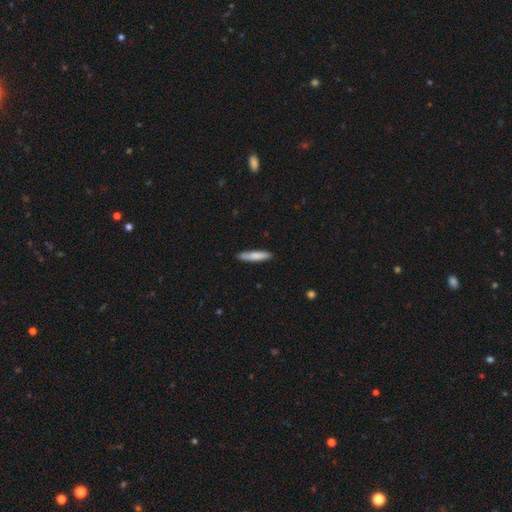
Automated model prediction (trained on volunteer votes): smooth_or_featured: smooth (p=0.80) [alt: featured or disk p=0.14]
how_rounded: cigar-shaped (p=0.87) [alt: in between p=0.12]
merging: none (p=0.83) [alt: minor disturbance p=0.14]